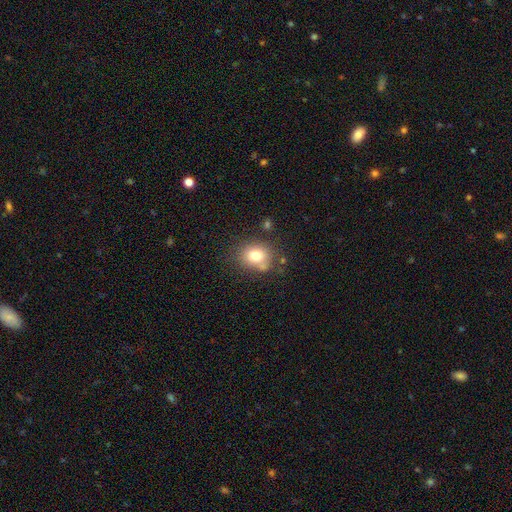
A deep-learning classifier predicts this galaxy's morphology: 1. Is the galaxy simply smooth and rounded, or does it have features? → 75% smooth, 13% featured or disk, 12% star or artifact.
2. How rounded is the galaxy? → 66% round, 33% in between, 1% cigar-shaped.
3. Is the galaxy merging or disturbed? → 68% none, 18% minor disturbance, 9% merger, 6% major disturbance.